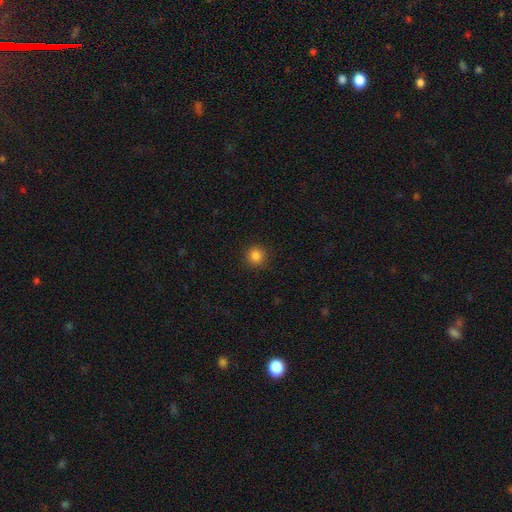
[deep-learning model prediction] Smooth or featured? Predicted: smooth (p=0.84). How rounded? Predicted: round (p=0.93). Merging? Predicted: none (p=0.90).